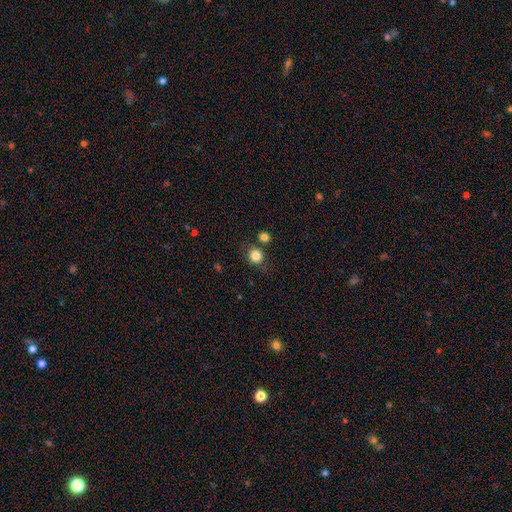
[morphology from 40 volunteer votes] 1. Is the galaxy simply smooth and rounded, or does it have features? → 85% smooth, 12% star or artifact, 2% featured or disk.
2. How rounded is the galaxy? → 85% round, 12% in between, 3% cigar-shaped.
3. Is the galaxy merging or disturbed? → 86% none, 9% minor disturbance, 3% major disturbance, 3% merger.